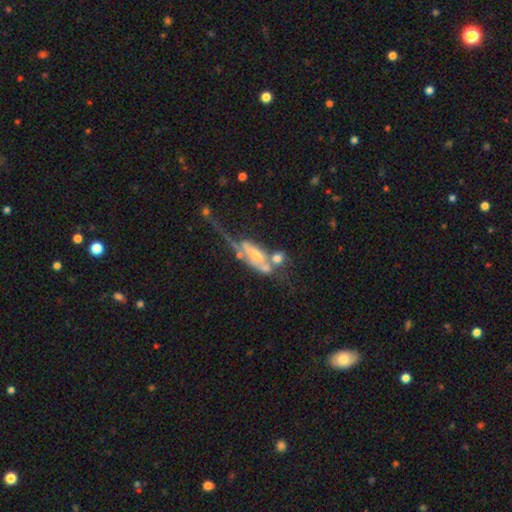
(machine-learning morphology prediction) Smooth or featured: featured or disk — 64% (smooth — 27%)
Edge-on disk: no — 71% (yes — 29%)
Merging: merger — 38% (major disturbance — 32%)